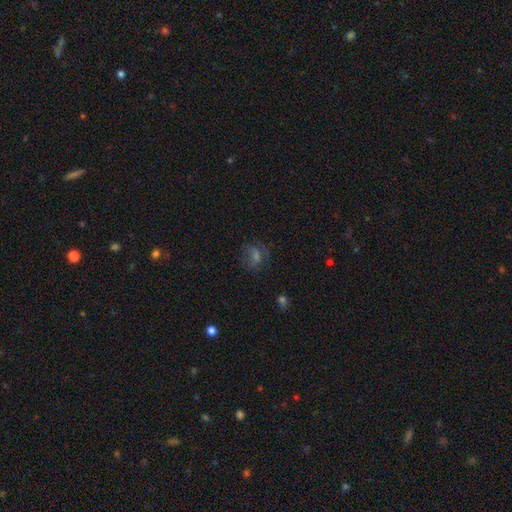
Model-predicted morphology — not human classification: Smooth or featured? Predicted: smooth (p=0.45). Merging? Predicted: none (p=0.68).